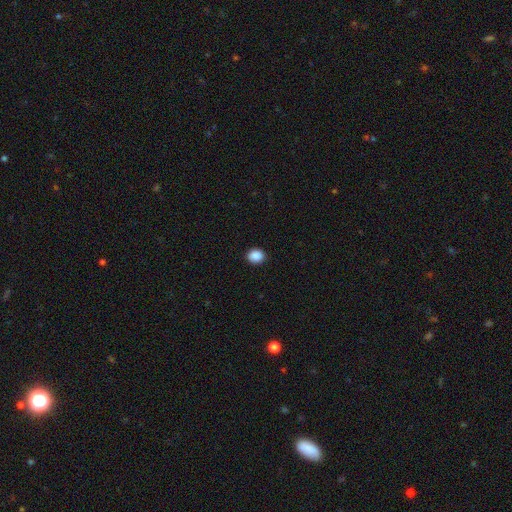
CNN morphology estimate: Overall: smooth (89%). How rounded: round (69%; in between 30%). Merging: none (91%).